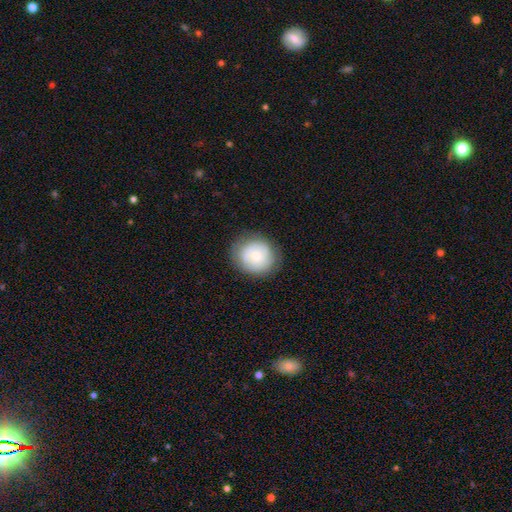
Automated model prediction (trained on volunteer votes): A smooth galaxy with no disk features (61%) that is round (84%).

Vote fractions:
- Smooth or featured? smooth: 61% / featured or disk: 32% / star or artifact: 7%
- How rounded? round: 84% / in between: 15% / cigar-shaped: 1%
- Merging? none: 80% / minor disturbance: 14% / major disturbance: 5% / merger: 1%